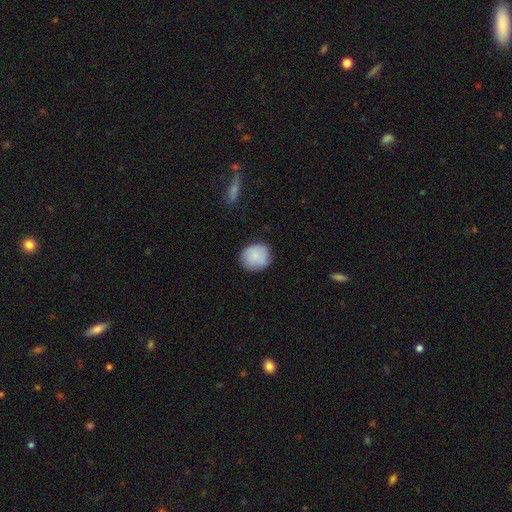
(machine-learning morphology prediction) smooth 83%, featured or disk 10%, star or artifact 7%. Down the decision tree: how rounded — round (80%); merging — none (81%).